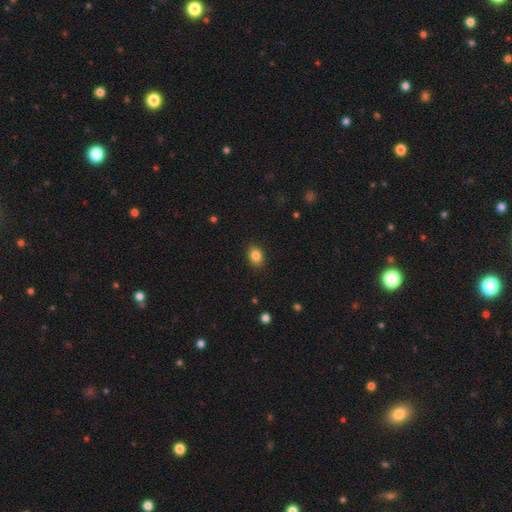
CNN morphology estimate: type=smooth (85%); roundness=in between (63%); merging=none (88%).